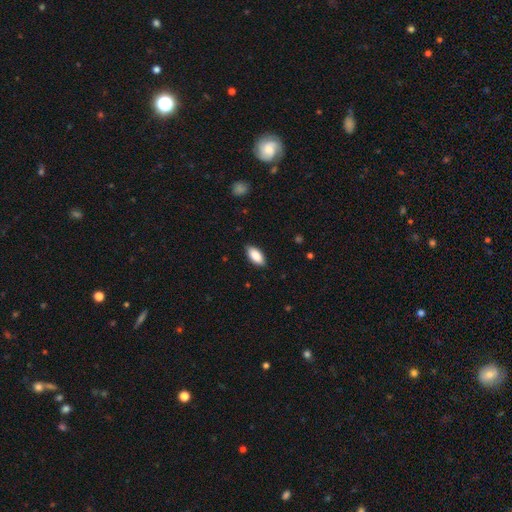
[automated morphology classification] Smooth or featured?
  - smooth: 88% *
  - star or artifact: 6%
  - featured or disk: 6%
How rounded?
  - in between: 91% *
  - cigar-shaped: 7%
  - round: 2%
Merging?
  - none: 87% *
  - minor disturbance: 10%
  - major disturbance: 2%
  - merger: 1%